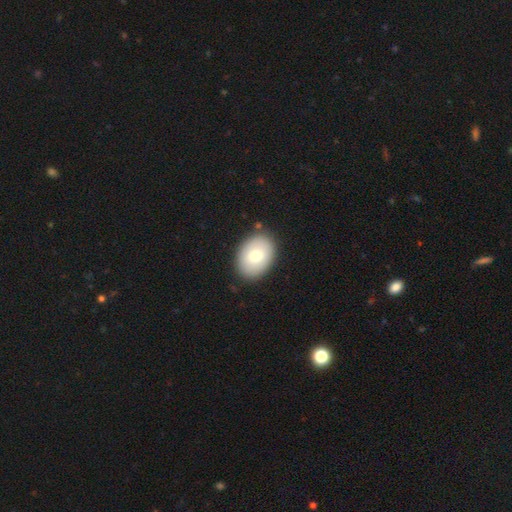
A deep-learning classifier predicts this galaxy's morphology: smooth_or_featured: smooth (p=0.74) [alt: featured or disk p=0.18]
how_rounded: in between (p=0.75) [alt: round p=0.24]
merging: none (p=0.87) [alt: minor disturbance p=0.09]